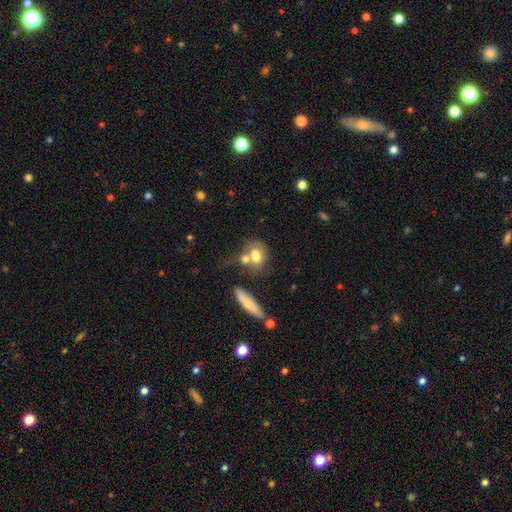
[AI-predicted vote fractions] Smooth or featured? smooth (69%)
How rounded? in between (54%)
Merging? merger (40%)